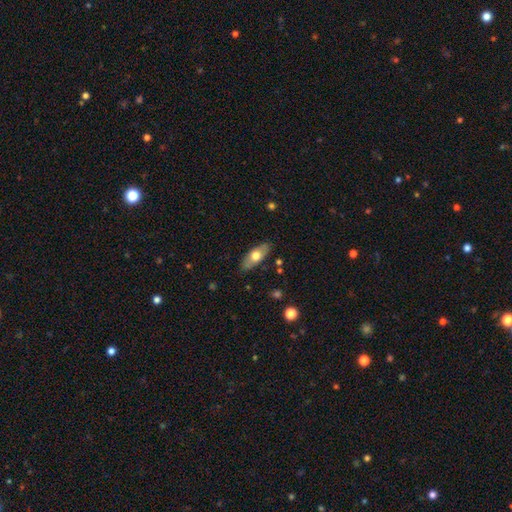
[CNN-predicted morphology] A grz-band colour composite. It shows a smooth galaxy with no disk features (61%) that is in between round and cigar-shaped (81%). Merging: none (85%).